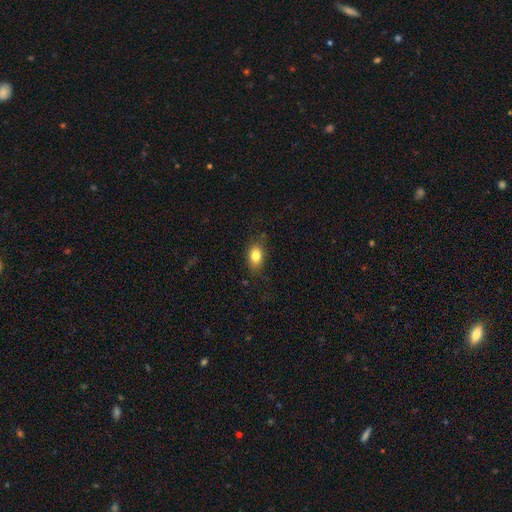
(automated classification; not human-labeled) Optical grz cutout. It shows a smooth galaxy with no disk features (81%) that is in between round and cigar-shaped (81%). Merging: none (81%).